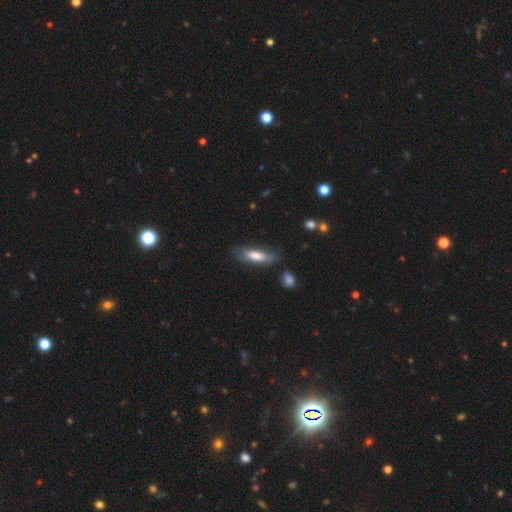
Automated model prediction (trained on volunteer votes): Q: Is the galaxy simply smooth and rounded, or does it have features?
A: smooth — 72%.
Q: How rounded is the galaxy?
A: in between — 55%.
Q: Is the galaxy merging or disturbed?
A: none — 71%.